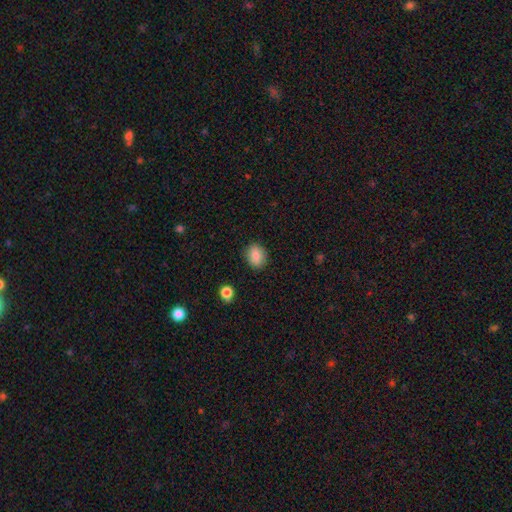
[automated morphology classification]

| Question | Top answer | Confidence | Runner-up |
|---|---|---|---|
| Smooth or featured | smooth | 86% | star or artifact (8%) |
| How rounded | in between | 58% | round (41%) |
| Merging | none | 87% | minor disturbance (9%) |